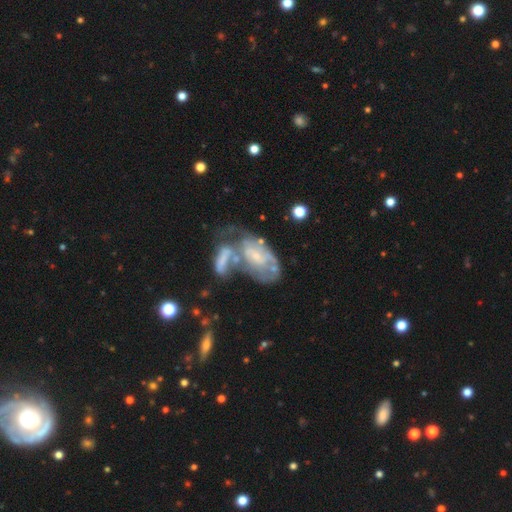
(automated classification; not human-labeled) Overall: featured or disk (66%; smooth 26%). Edge-on disk: no (94%). Bar: no (67%). Spiral arms: yes (50%, tied with no). Bulge size: small (59%; moderate 24%). Merging: merger (43%; major disturbance 22%).